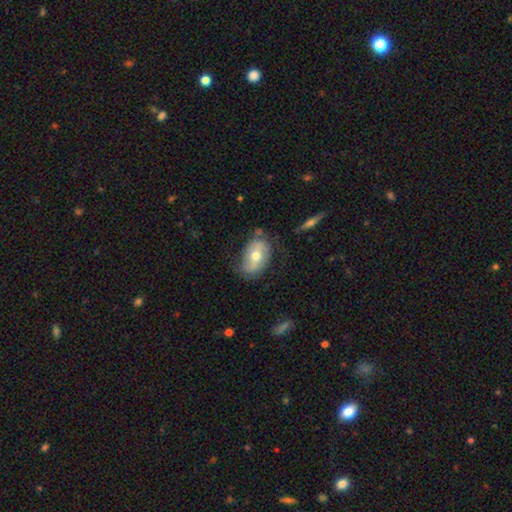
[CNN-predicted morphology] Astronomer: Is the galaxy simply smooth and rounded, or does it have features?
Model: smooth — 48% (runner-up: featured or disk, 45%).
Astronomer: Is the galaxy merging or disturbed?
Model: none — 65%.